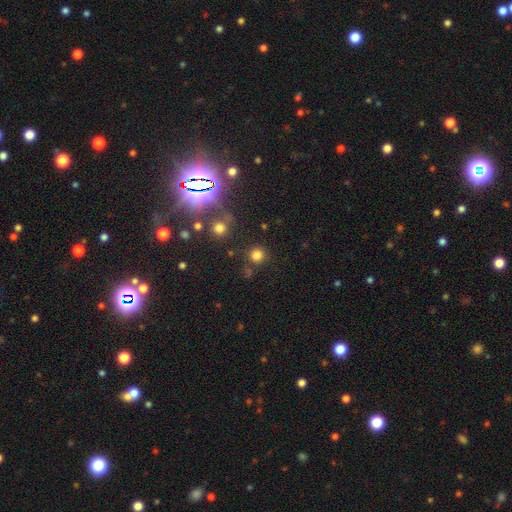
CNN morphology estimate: Overall: smooth (64%; star or artifact 29%). How rounded: round (92%). Merging: none (84%).